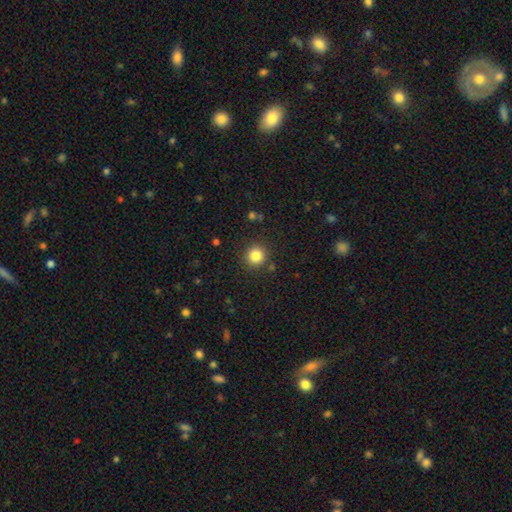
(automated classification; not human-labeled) This appears to be a smooth galaxy with no disk features (84%) that is round (93%). Merging: none (89%).